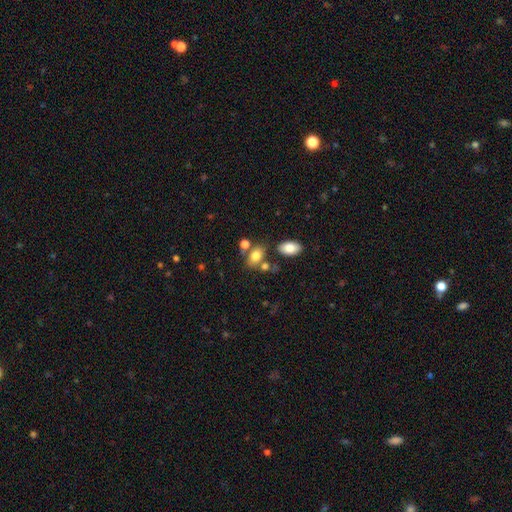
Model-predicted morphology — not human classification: type=smooth (79%); roundness=in between (84%); merging=none (59%).